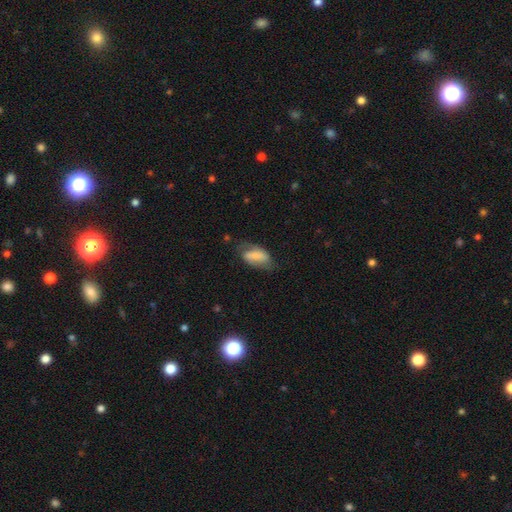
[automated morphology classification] Q: Smooth or featured?
A: smooth (47%); runner-up: featured or disk (45%)
Q: Merging?
A: none (54%); runner-up: minor disturbance (27%)